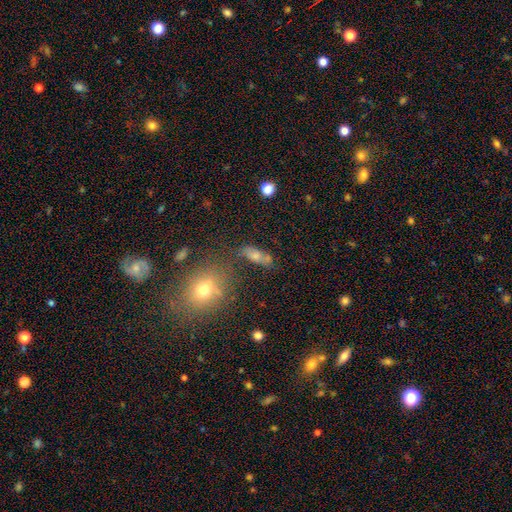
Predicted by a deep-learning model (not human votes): smooth 62%, featured or disk 23%, star or artifact 15%. Down the decision tree: how rounded — in between (64%); merging — none (57%).